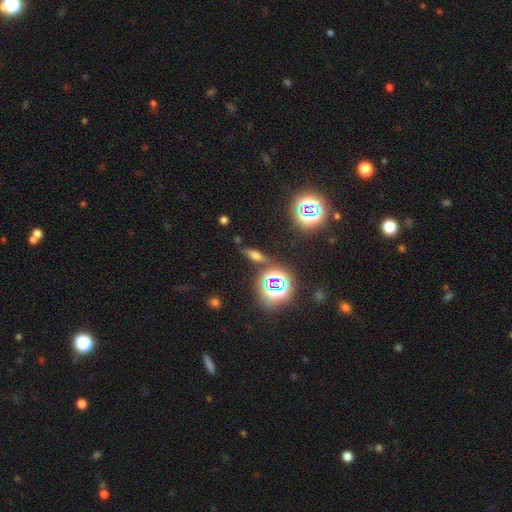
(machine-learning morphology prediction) smooth-or-featured: smooth: 47% | star or artifact: 32% | featured or disk: 21%
  merging: none: 78% | minor disturbance: 12% | merger: 6% | major disturbance: 4%